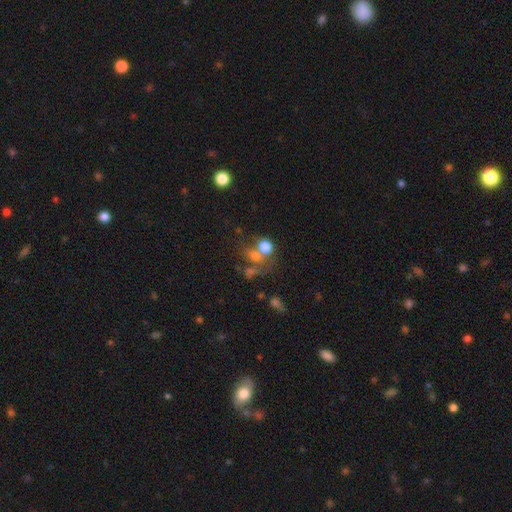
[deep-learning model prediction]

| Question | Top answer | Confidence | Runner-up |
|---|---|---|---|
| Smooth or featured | smooth | 55% | featured or disk (25%) |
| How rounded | round | 62% | in between (37%) |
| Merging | merger | 43% | none (31%) |